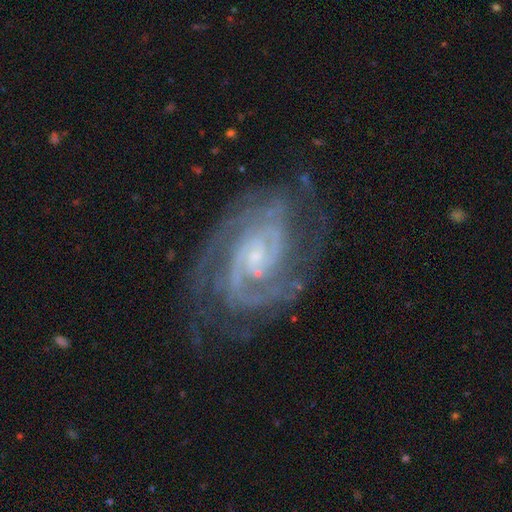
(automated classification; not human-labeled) smooth-or-featured: featured or disk: 91% | star or artifact: 5% | smooth: 3%
  disk-edge-on: no: 97% | yes: 3%
    bar: no: 54% | weak: 36% | strong: 11%
    has-spiral-arms: yes: 98% | no: 2%
      spiral-winding: tight: 62% | medium: 33% | loose: 5%
      spiral-arm-count: 2: 54% | 3: 16% | can't tell: 13% | 4: 7% | more than 4: 5% | 1: 5%
    bulge-size: small: 76% | moderate: 16% | none: 6% | large: 1% | dominant: 1%
  merging: none: 72% | minor disturbance: 18% | major disturbance: 9% | merger: 1%